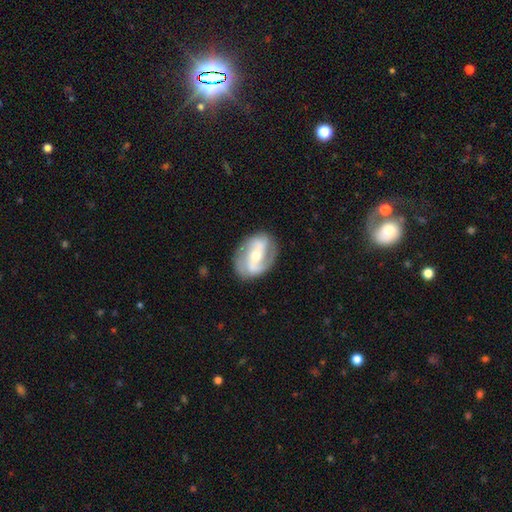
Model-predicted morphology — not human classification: Smooth or featured? Predicted: featured or disk (p=0.80). Edge-on disk? Predicted: no (p=0.96). Bar? Predicted: strong (p=0.43). Spiral arms? Predicted: yes (p=0.89). Spiral winding? Predicted: medium (p=0.43). Spiral arm count? Predicted: 2 (p=0.83). Bulge size? Predicted: moderate (p=0.55). Merging? Predicted: none (p=0.79).